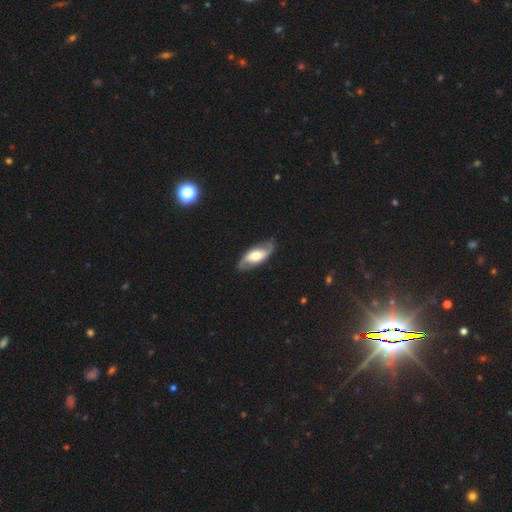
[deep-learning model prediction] smooth-or-featured: featured or disk: 73% | smooth: 22% | star or artifact: 5%
  disk-edge-on: no: 89% | yes: 11%
    bar: no: 52% | weak: 32% | strong: 16%
    has-spiral-arms: yes: 89% | no: 11%
      spiral-winding: loose: 42% | medium: 39% | tight: 19%
      spiral-arm-count: 2: 91% | can't tell: 5% | 1: 2% | 3: 1% | 4: 1% | more than 4: 1%
    bulge-size: moderate: 58% | large: 26% | small: 12% | dominant: 3% | none: 2%
  merging: none: 83% | minor disturbance: 12% | major disturbance: 3% | merger: 1%